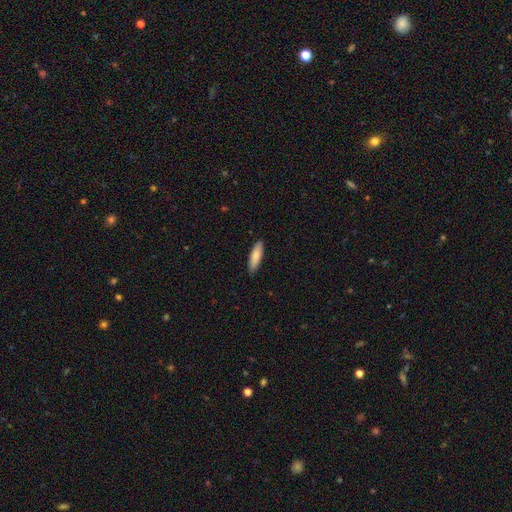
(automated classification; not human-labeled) This is clearly a smooth galaxy (81%). How rounded: likely cigar-shaped (63%). Merging: clearly none (89%).